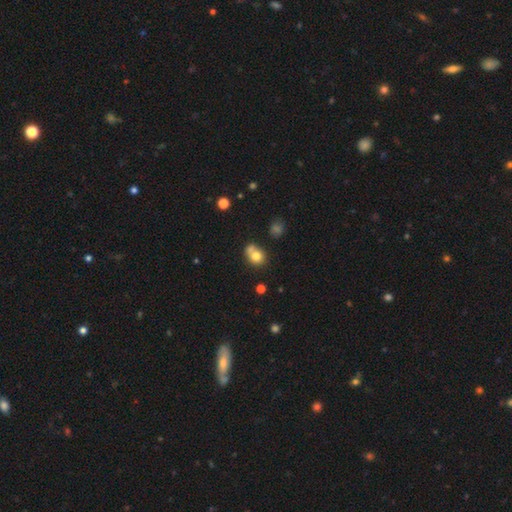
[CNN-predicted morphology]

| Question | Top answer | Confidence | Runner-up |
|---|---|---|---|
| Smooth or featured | smooth | 77% | featured or disk (12%) |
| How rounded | round | 68% | in between (31%) |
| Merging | none | 43% | merger (37%) |